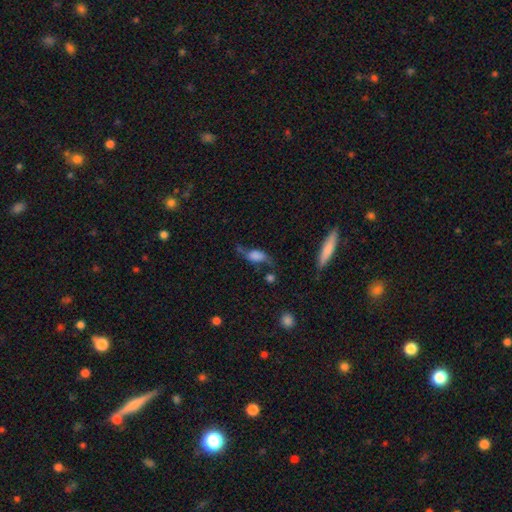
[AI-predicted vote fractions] Smooth or featured? featured or disk (46%)
Merging? none (45%)